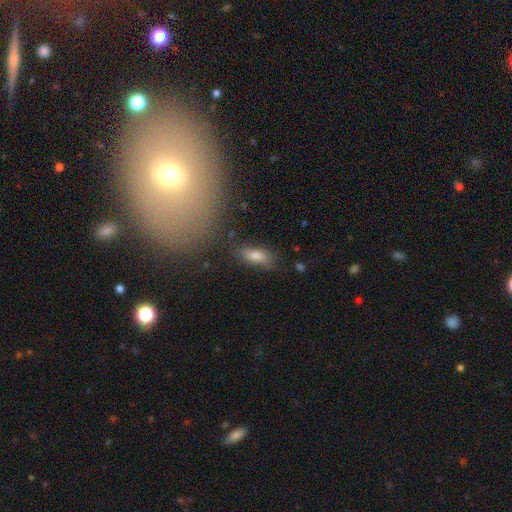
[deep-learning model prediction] A smooth galaxy with no disk features (76%) that is in between round and cigar-shaped (76%). Merging: none (74%).